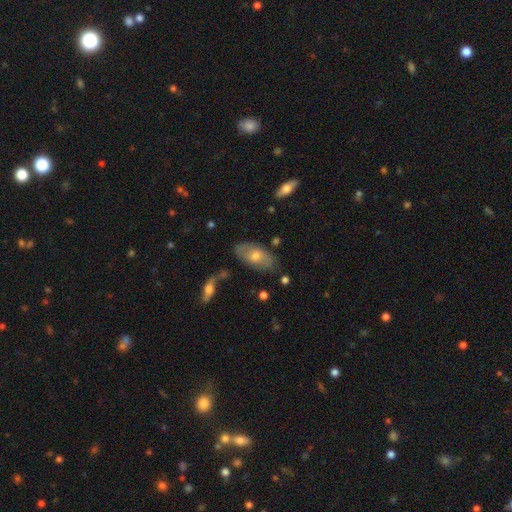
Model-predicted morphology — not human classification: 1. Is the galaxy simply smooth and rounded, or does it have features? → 55% smooth, 37% featured or disk, 8% star or artifact.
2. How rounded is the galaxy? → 91% in between, 5% cigar-shaped, 4% round.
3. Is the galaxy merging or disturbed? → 74% none, 17% minor disturbance, 4% merger, 4% major disturbance.